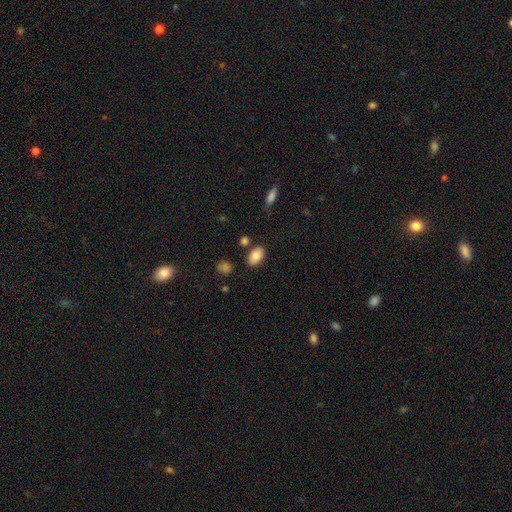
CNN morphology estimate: Smooth or featured? smooth (82%)
How rounded? in between (91%)
Merging? none (81%)